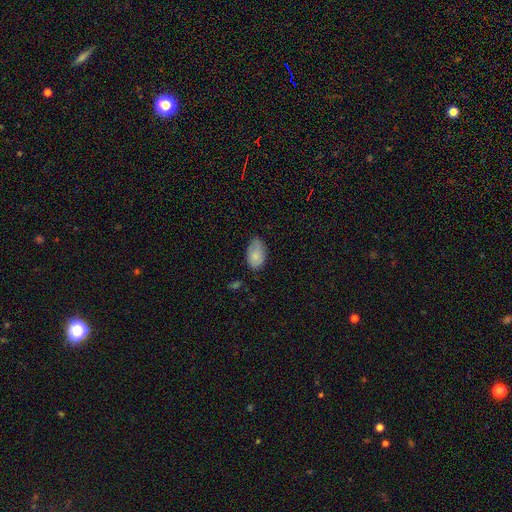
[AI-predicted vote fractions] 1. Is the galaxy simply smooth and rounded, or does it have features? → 82% smooth, 12% featured or disk, 7% star or artifact.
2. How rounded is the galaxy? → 92% in between, 6% round, 1% cigar-shaped.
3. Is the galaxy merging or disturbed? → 61% none, 32% minor disturbance, 6% major disturbance, 2% merger.